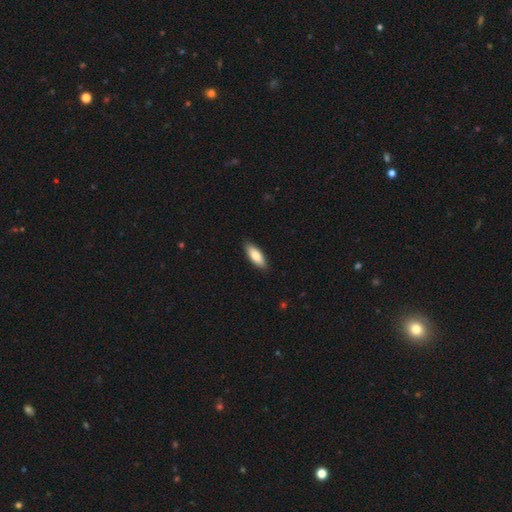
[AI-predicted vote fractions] Smooth or featured? Predicted: smooth (p=0.81). How rounded? Predicted: in between (p=0.70). Merging? Predicted: none (p=0.88).